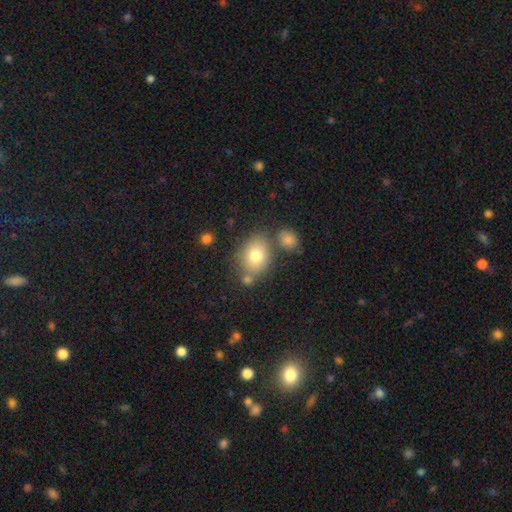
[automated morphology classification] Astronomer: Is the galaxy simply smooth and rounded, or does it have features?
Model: smooth — 75%.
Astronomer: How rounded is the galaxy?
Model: in between — 57% (runner-up: round, 42%).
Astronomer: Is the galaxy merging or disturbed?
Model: none — 64%.